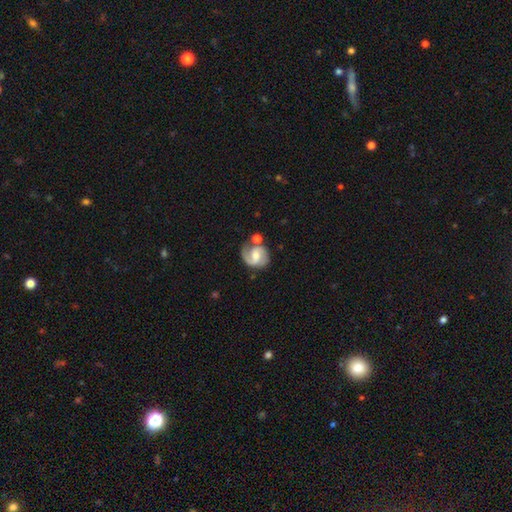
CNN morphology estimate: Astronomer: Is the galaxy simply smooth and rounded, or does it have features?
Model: featured or disk — 81%.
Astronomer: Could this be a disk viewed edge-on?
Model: no — 98%.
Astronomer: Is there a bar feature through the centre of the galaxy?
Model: weak — 49% (runner-up: no, 36%).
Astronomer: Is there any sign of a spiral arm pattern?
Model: yes — 95%.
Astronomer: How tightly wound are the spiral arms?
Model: medium — 52% (runner-up: tight, 29%).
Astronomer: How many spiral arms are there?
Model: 2 — 79%.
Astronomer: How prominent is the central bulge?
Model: moderate — 53% (runner-up: small, 35%).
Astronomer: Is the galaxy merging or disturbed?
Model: none — 60%.